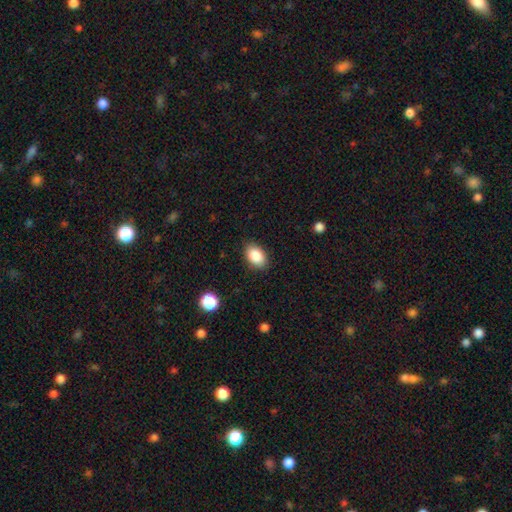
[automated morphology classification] The model was most divided on "how rounded": in between: 86%, round: 12%, cigar-shaped: 1%. More confident: smooth or featured — smooth (88%); merging — none (87%).